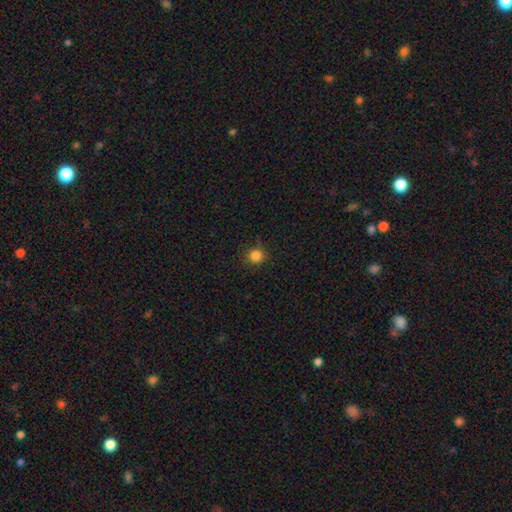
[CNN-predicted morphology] The model was most divided on "smooth or featured": smooth: 84%, star or artifact: 12%, featured or disk: 4%. More confident: how rounded — round (92%); merging — none (85%).